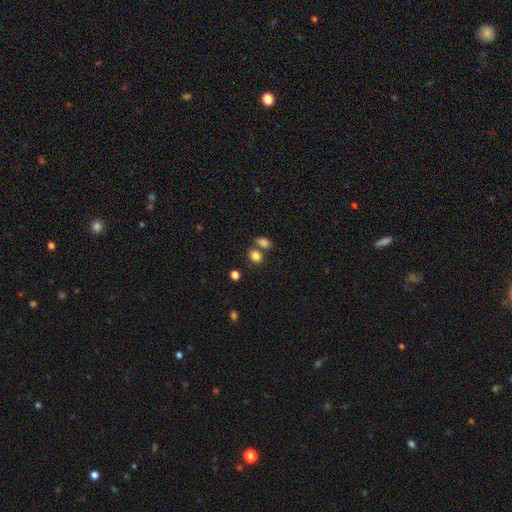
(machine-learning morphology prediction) Smooth or featured? smooth (83%)
How rounded? in between (65%)
Merging? none (57%)